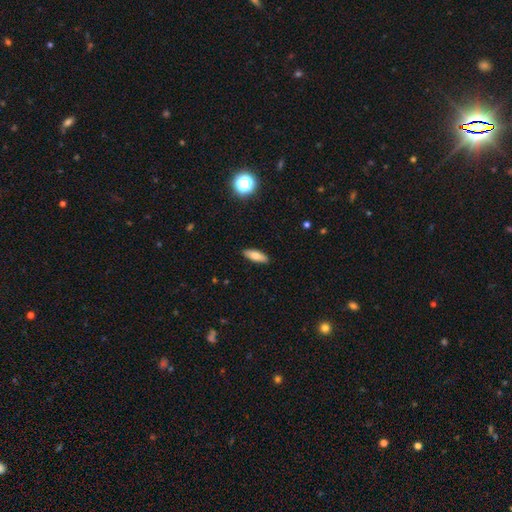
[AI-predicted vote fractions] smooth 74%, featured or disk 18%, star or artifact 8%. Down the decision tree: how rounded — in between (64%); merging — none (89%).